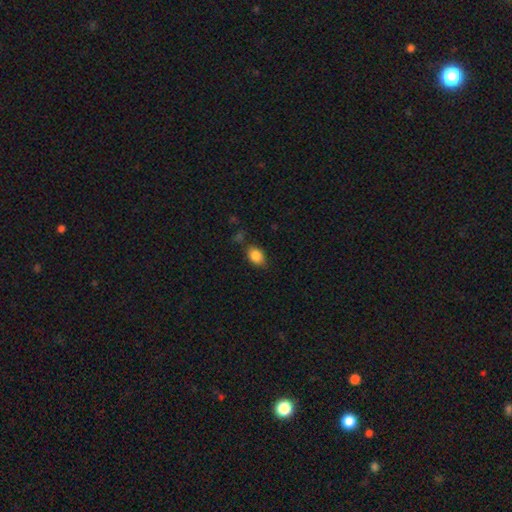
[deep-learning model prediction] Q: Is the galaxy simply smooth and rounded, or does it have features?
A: smooth — 84%.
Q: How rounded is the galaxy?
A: in between — 76%.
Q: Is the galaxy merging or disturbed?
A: none — 73%.